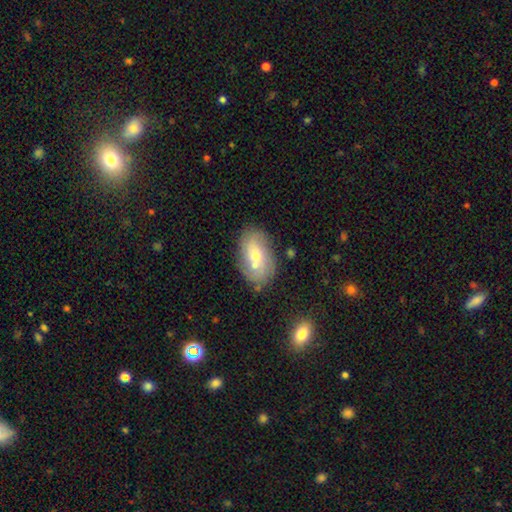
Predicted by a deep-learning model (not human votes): A smooth galaxy with no disk features (49%).

Vote fractions:
- Smooth or featured? smooth: 49% / featured or disk: 42% / star or artifact: 8%
- Merging? none: 63% / minor disturbance: 17% / merger: 16% / major disturbance: 5%